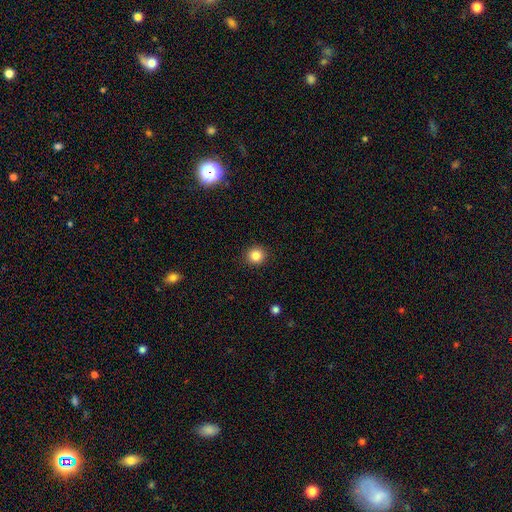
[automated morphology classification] A smooth galaxy with no disk features (84%) that is round (92%). Merging: none (92%).